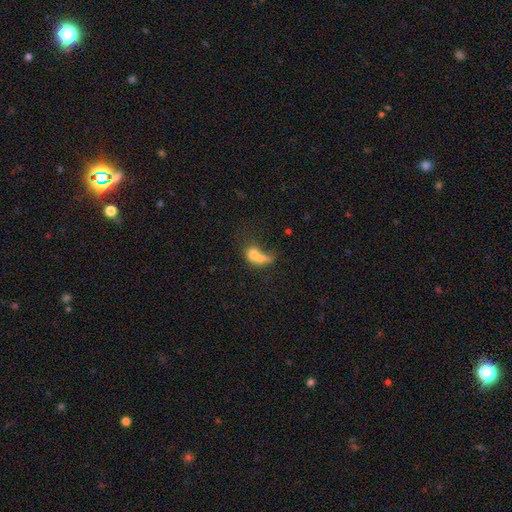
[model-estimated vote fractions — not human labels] Morphology: type=smooth (68%); roundness=round (50%); merging=merger (65%).